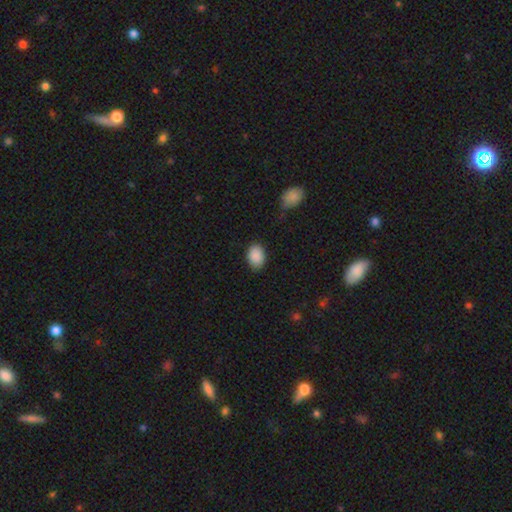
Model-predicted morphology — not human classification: The model was most divided on "how rounded": in between: 75%, round: 24%, cigar-shaped: 1%. More confident: smooth or featured — smooth (89%); merging — none (83%).